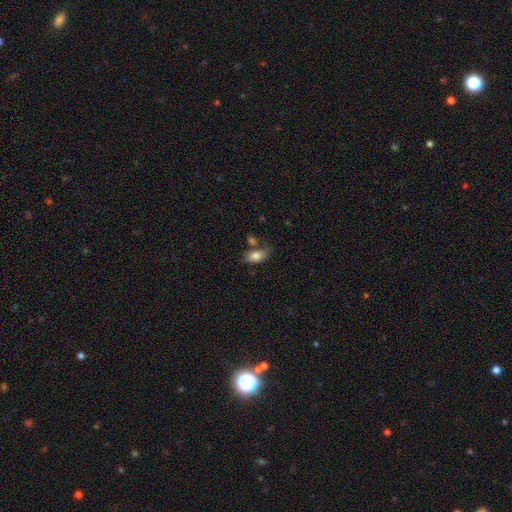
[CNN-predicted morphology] The model was most divided on "merging": none: 47%, minor disturbance: 23%, merger: 18%, major disturbance: 11%. More confident: how rounded — in between (89%); smooth or featured — smooth (78%).